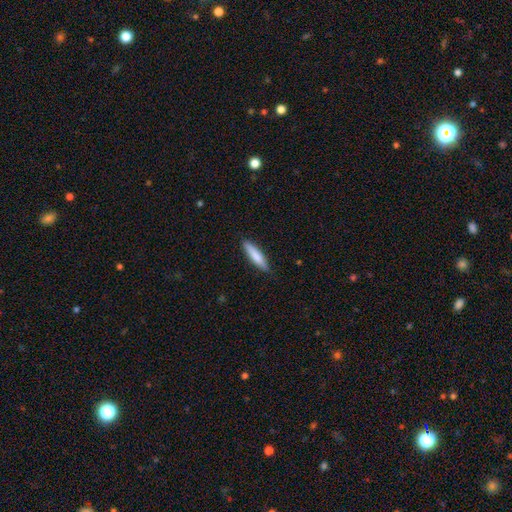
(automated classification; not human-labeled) This is likely a smooth galaxy (79%). How rounded: likely cigar-shaped (79%). Merging: clearly none (86%).